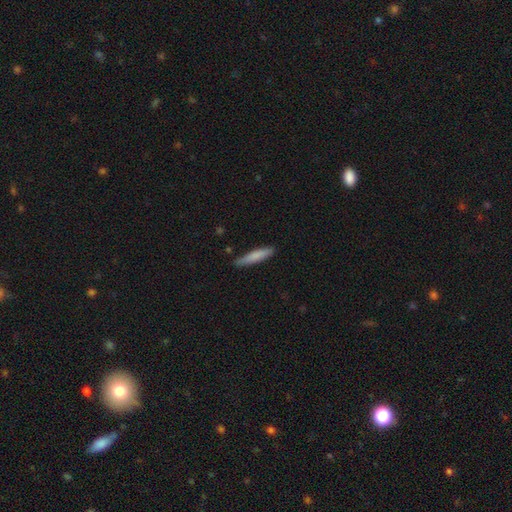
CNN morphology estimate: Smooth or featured? Predicted: smooth (p=0.80). How rounded? Predicted: cigar-shaped (p=0.89). Merging? Predicted: none (p=0.84).